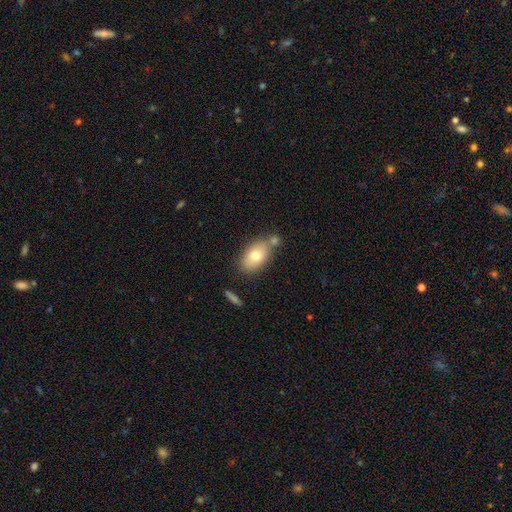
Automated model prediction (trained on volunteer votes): smooth_or_featured: smooth (p=0.75) [alt: featured or disk p=0.18]
how_rounded: in between (p=0.89) [alt: round p=0.09]
merging: none (p=0.59) [alt: merger p=0.21]